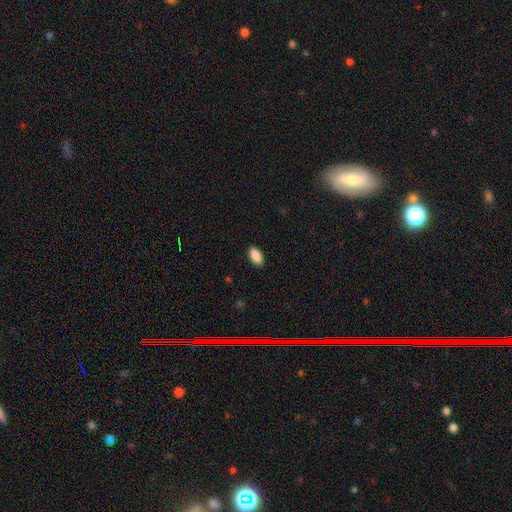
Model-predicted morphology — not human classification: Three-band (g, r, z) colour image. It shows a smooth galaxy with no disk features (90%) that is in between round and cigar-shaped (91%). Merging: none (90%).